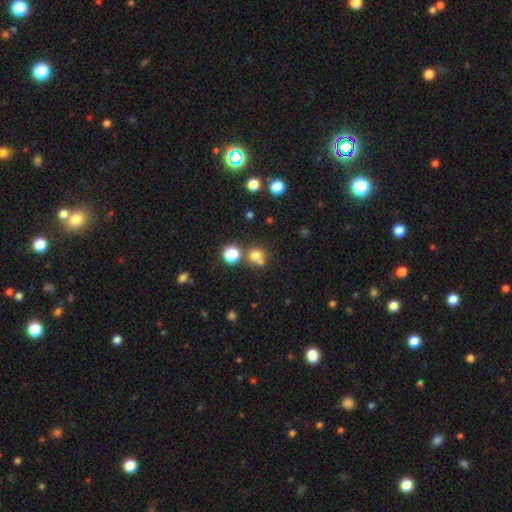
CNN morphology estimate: The model was most divided on "merging": none: 58%, merger: 30%, minor disturbance: 8%, major disturbance: 4%. More confident: how rounded — round (87%); smooth or featured — smooth (72%).